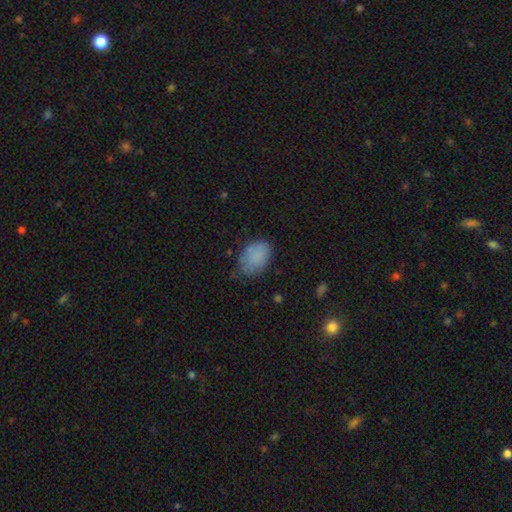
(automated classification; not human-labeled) Overall: smooth (82%). How rounded: in between (82%). Merging: none (57%; minor disturbance 33%).